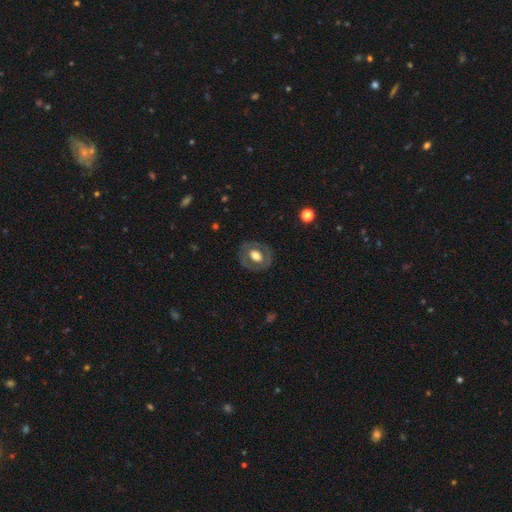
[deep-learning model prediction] A featured or disk galaxy (48%). Merging: none (80%).